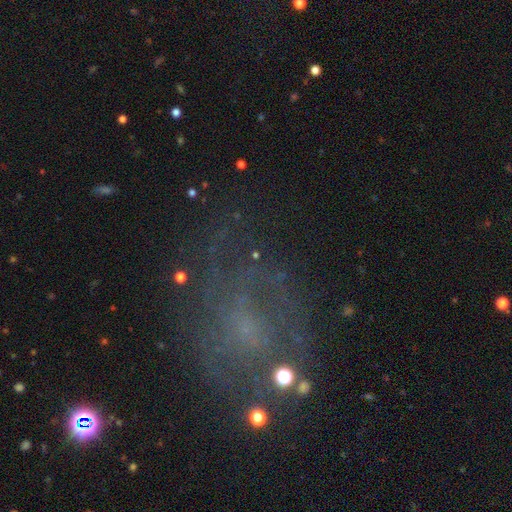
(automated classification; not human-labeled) featured or disk 50%, star or artifact 30%, smooth 20%. Down the decision tree: merging — none (63%).